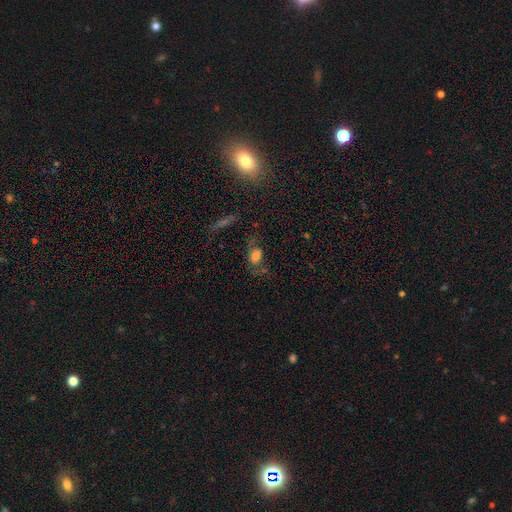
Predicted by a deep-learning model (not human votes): The model was most divided on "merging": none: 46%, major disturbance: 27%, minor disturbance: 22%, merger: 5%. More confident: how rounded — in between (83%); smooth or featured — smooth (54%).